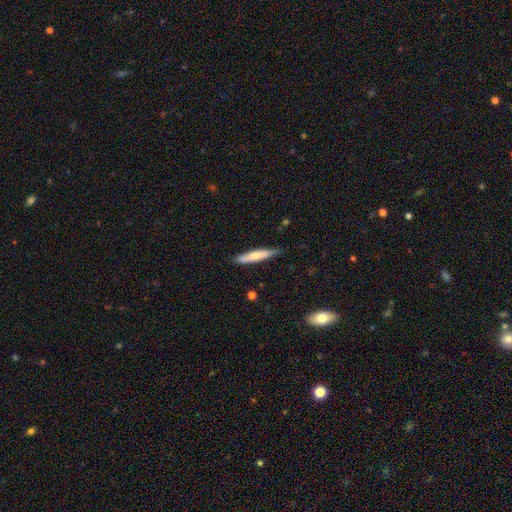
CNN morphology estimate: The model was most divided on "smooth or featured": smooth: 67%, featured or disk: 27%, star or artifact: 6%. More confident: how rounded — cigar-shaped (89%); merging — none (79%).